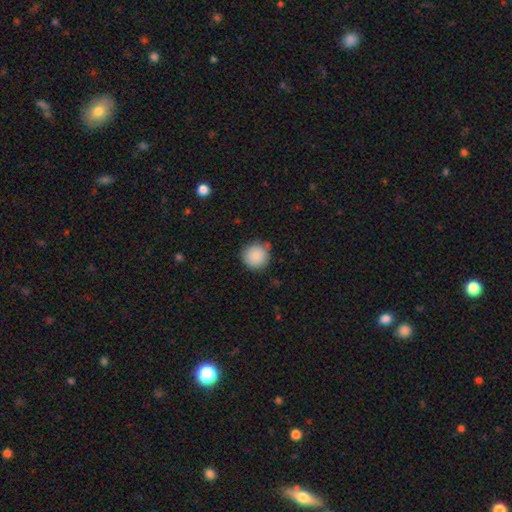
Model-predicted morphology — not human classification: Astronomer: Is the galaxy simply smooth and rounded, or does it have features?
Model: smooth — 88%.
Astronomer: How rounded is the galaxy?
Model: round — 94%.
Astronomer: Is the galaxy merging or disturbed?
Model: none — 81%.